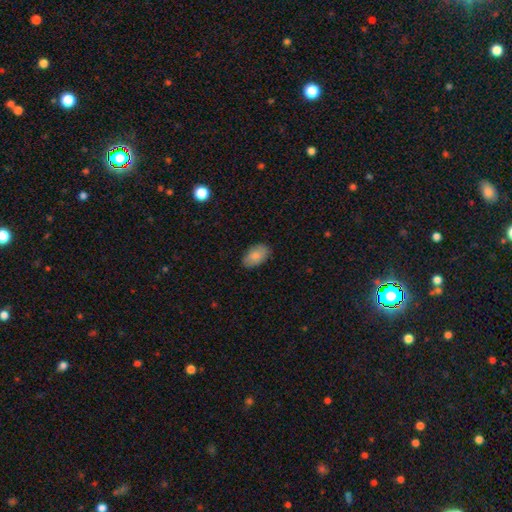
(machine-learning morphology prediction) This is clearly a smooth galaxy (83%). How rounded: clearly in between (93%). Merging: clearly none (85%).